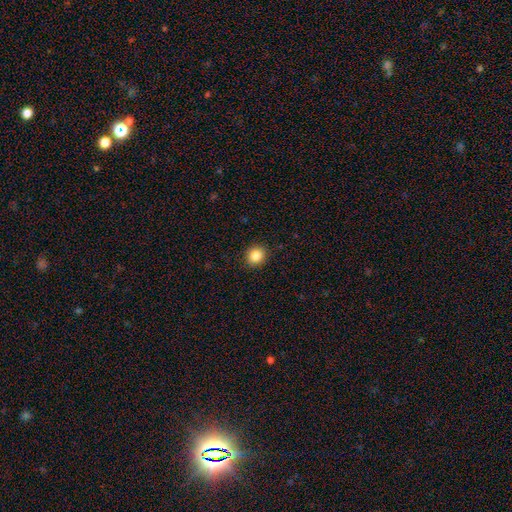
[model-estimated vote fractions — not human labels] Q: Smooth or featured?
A: smooth (86%); runner-up: star or artifact (10%)
Q: How rounded?
A: round (81%); runner-up: in between (18%)
Q: Merging?
A: none (90%); runner-up: minor disturbance (7%)